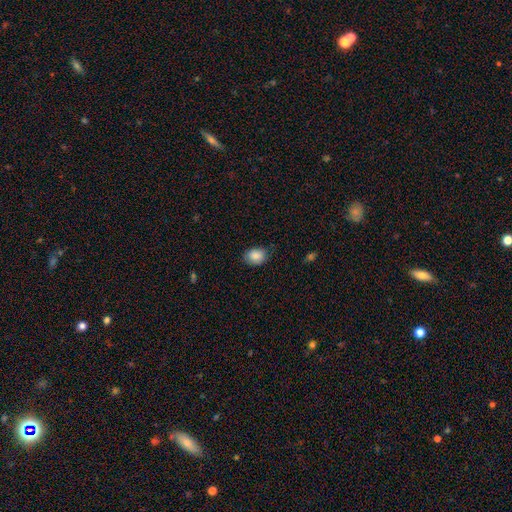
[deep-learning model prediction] Overall: smooth (86%). How rounded: in between (65%; round 34%). Merging: none (77%).